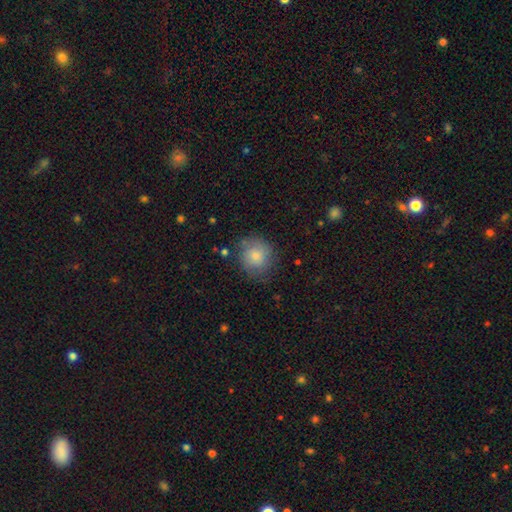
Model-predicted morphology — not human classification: Overall: smooth (77%). How rounded: round (88%). Merging: none (73%).